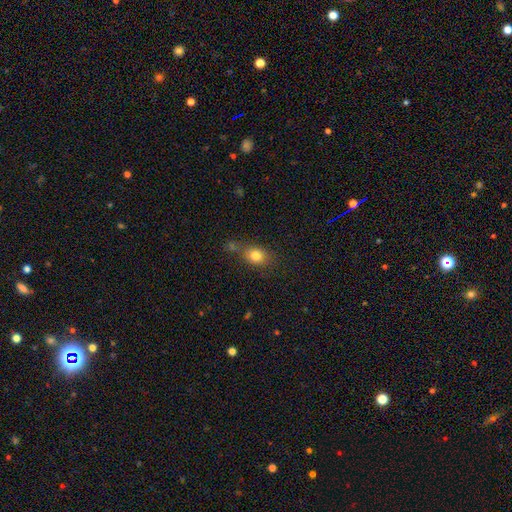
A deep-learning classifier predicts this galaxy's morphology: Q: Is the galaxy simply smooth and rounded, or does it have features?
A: smooth — 80%.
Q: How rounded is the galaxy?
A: in between — 53%.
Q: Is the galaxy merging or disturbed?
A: none — 59%.